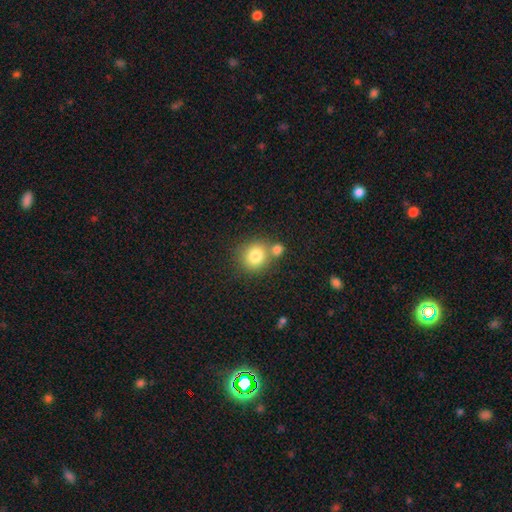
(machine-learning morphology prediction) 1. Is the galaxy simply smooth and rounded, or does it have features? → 80% smooth, 10% star or artifact, 9% featured or disk.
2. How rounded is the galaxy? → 83% round, 16% in between, 1% cigar-shaped.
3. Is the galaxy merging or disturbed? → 57% none, 30% merger, 10% minor disturbance, 3% major disturbance.